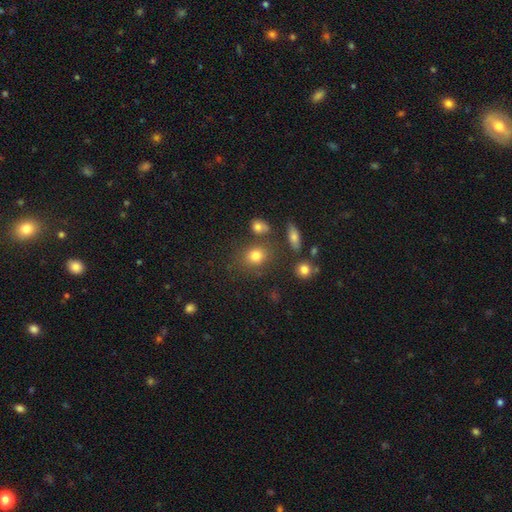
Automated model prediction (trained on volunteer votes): Smooth or featured?
  - smooth: 78% *
  - star or artifact: 13%
  - featured or disk: 9%
How rounded?
  - round: 58% *
  - in between: 41%
  - cigar-shaped: 2%
Merging?
  - none: 71% *
  - minor disturbance: 13%
  - merger: 11%
  - major disturbance: 6%